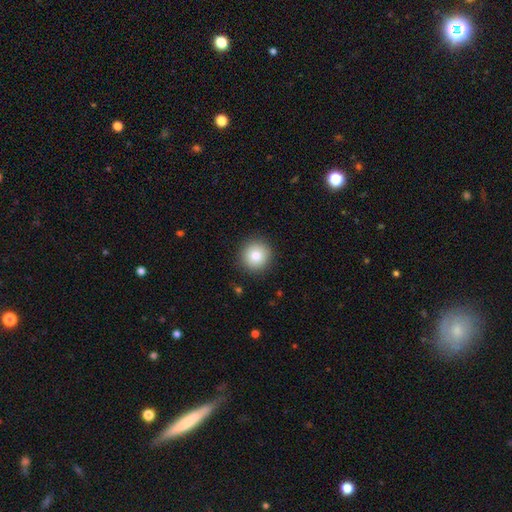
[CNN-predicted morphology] smooth 82%, star or artifact 9%, featured or disk 9%. Down the decision tree: how rounded — round (95%); merging — none (90%).